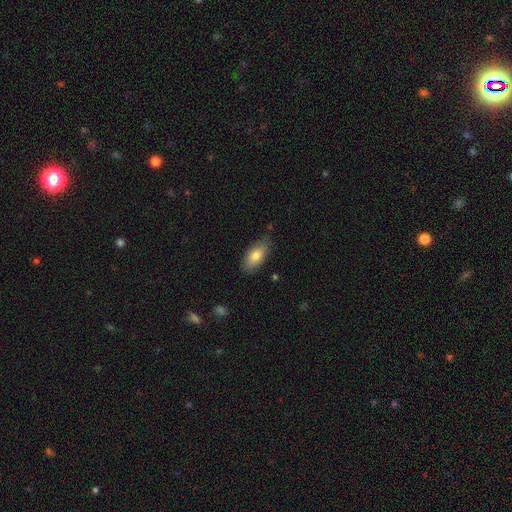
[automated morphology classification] smooth-or-featured: smooth: 79% | featured or disk: 14% | star or artifact: 6%
  how-rounded: in between: 88% | cigar-shaped: 9% | round: 3%
  merging: none: 76% | minor disturbance: 19% | major disturbance: 3% | merger: 2%